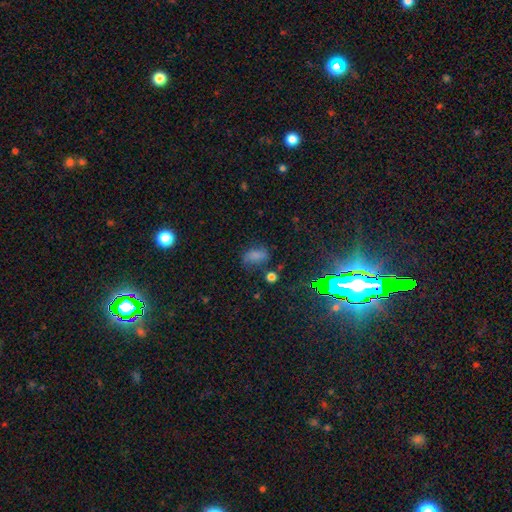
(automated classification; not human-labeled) Smooth or featured?
  - smooth: 66% *
  - star or artifact: 20%
  - featured or disk: 14%
How rounded?
  - in between: 83% *
  - round: 13%
  - cigar-shaped: 3%
Merging?
  - none: 50% *
  - minor disturbance: 28%
  - major disturbance: 16%
  - merger: 5%